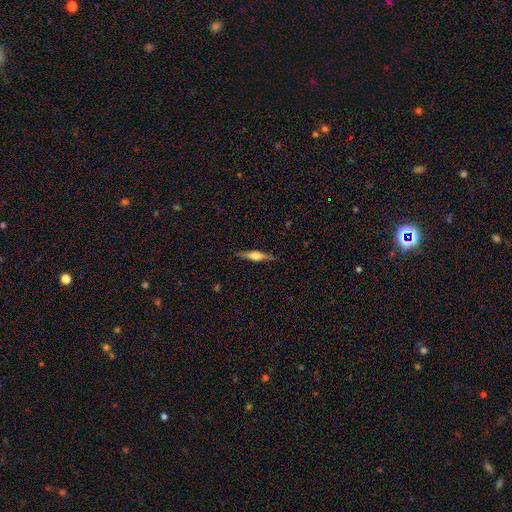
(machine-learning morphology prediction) A featured or disk galaxy (68%) viewed edge-on (97%) with a rounded central bulge (87%). Merging: none (88%).